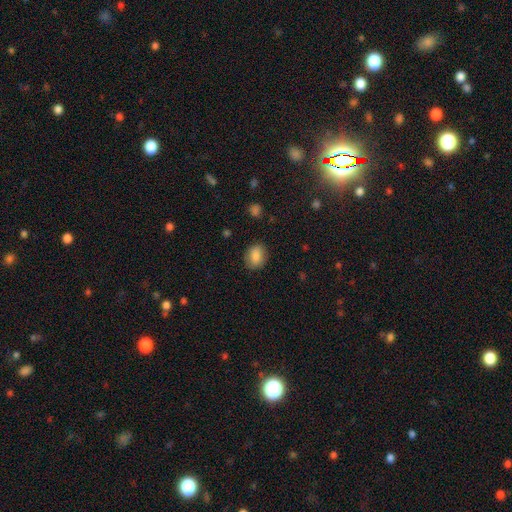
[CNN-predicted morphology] smooth 85%, star or artifact 8%, featured or disk 7%. Down the decision tree: how rounded — in between (57%); merging — none (83%).